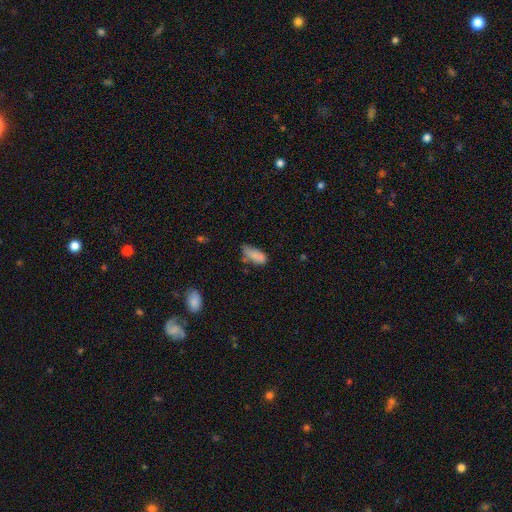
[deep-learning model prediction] Overall: smooth (81%). How rounded: in between (82%). Merging: none (39%, tied with minor disturbance).